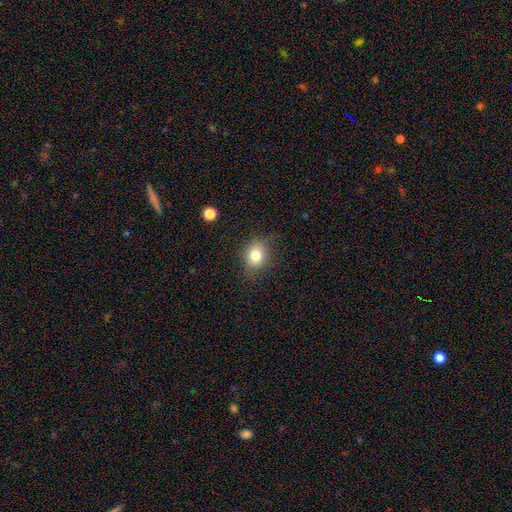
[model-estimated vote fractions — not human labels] A smooth galaxy with no disk features (78%) that is round (49%, tied with in between).

Vote fractions:
- Smooth or featured? smooth: 78% / star or artifact: 11% / featured or disk: 10%
- How rounded? round: 49% (tied) / in between: 49% (tied) / cigar-shaped: 1%
- Merging? none: 78% / minor disturbance: 16% / major disturbance: 4% / merger: 1%